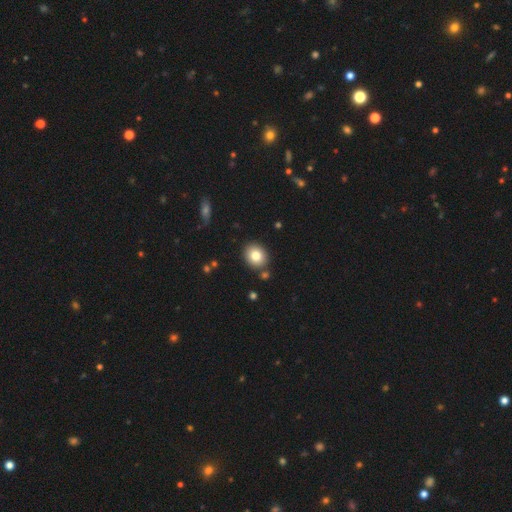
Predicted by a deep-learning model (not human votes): This is clearly a smooth galaxy (81%). How rounded: likely round (65%). Merging: clearly none (85%).